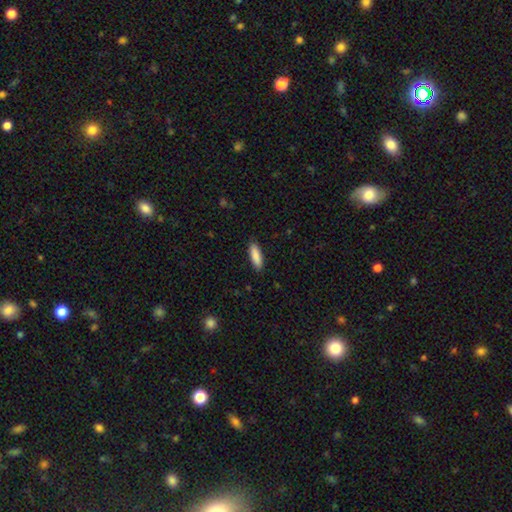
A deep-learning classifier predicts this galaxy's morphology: Smooth or featured?
  - smooth: 88% *
  - featured or disk: 6%
  - star or artifact: 6%
How rounded?
  - cigar-shaped: 51% *
  - in between: 47%
  - round: 1%
Merging?
  - none: 88% *
  - minor disturbance: 9%
  - major disturbance: 2%
  - merger: 1%